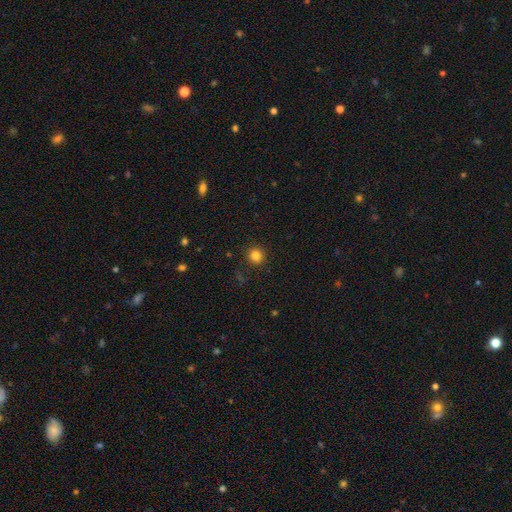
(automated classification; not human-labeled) Smooth or featured? Predicted: smooth (p=0.82). How rounded? Predicted: round (p=0.92). Merging? Predicted: none (p=0.91).